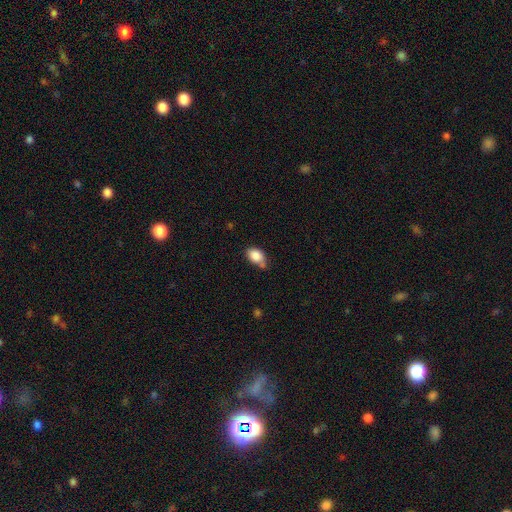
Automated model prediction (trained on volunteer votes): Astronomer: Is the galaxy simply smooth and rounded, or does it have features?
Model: smooth — 85%.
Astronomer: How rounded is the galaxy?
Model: in between — 79%.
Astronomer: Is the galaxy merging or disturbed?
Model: none — 52%.